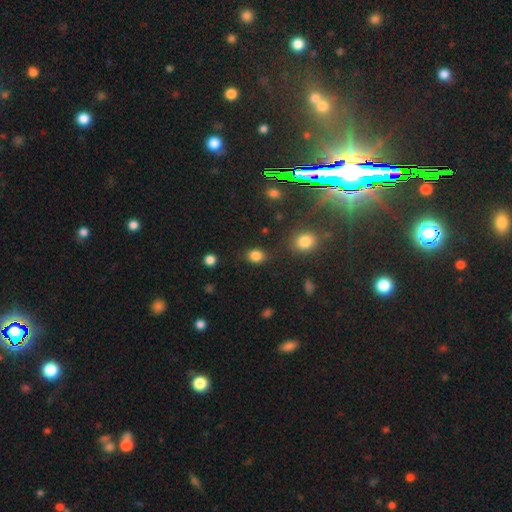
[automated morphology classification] type=smooth (83%); roundness=in between (53%); merging=none (80%).